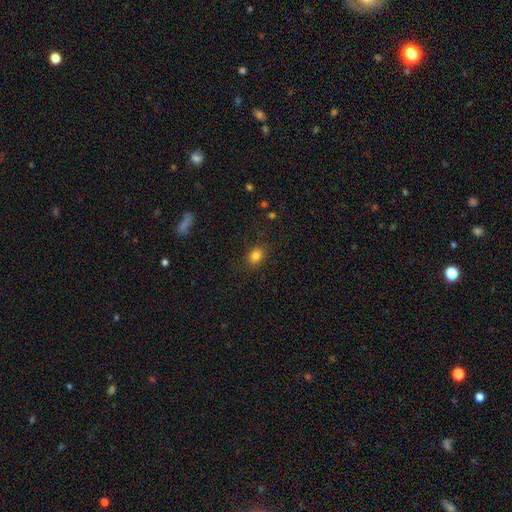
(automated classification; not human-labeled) smooth-or-featured: smooth: 82% | star or artifact: 12% | featured or disk: 6%
  how-rounded: round: 51% | in between: 48% | cigar-shaped: 1%
  merging: none: 86% | minor disturbance: 10% | major disturbance: 3% | merger: 1%